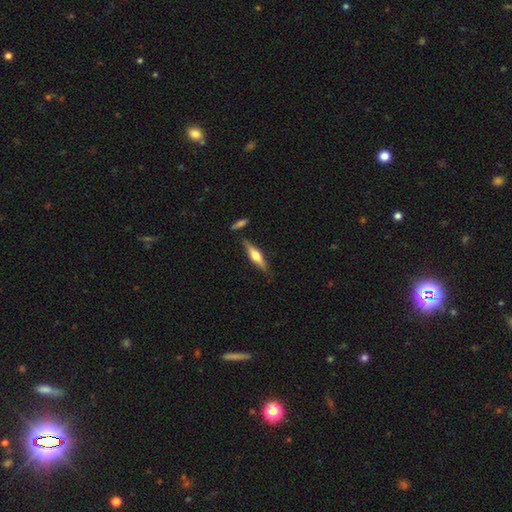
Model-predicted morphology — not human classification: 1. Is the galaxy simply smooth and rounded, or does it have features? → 56% featured or disk, 38% smooth, 6% star or artifact.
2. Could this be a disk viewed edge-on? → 95% yes, 5% no.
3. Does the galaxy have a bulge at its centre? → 90% rounded, 7% boxy, 4% none.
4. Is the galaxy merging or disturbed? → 80% none, 13% minor disturbance, 5% merger, 3% major disturbance.